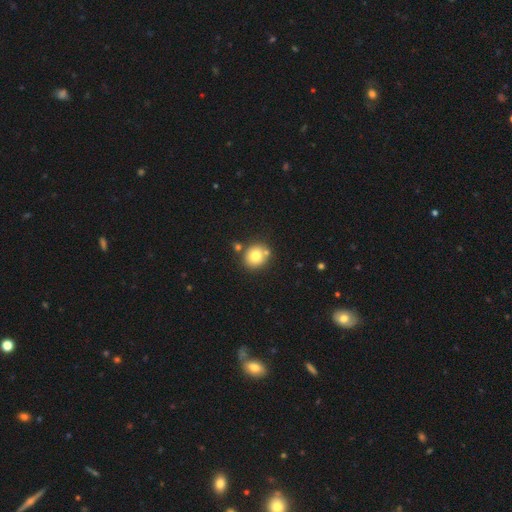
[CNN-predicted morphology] smooth 76%, featured or disk 13%, star or artifact 10%. Down the decision tree: how rounded — round (75%); merging — none (71%).